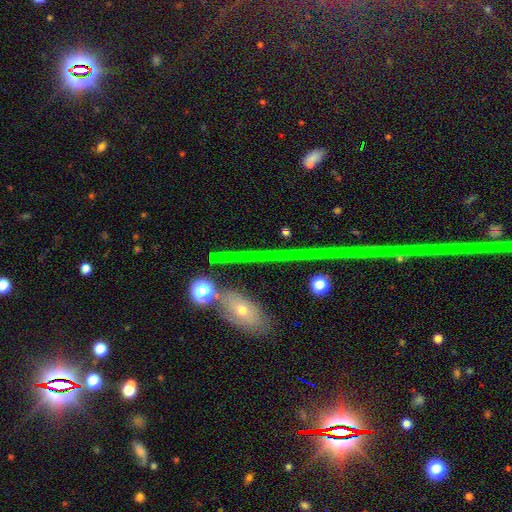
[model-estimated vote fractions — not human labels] Q: Smooth or featured?
A: star or artifact (57%); runner-up: smooth (25%)